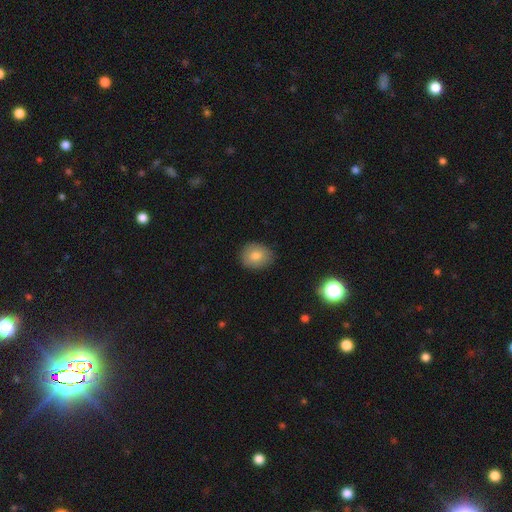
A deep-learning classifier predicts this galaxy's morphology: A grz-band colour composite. It shows a smooth galaxy with no disk features (80%) that is round (63%). Merging: none (85%).